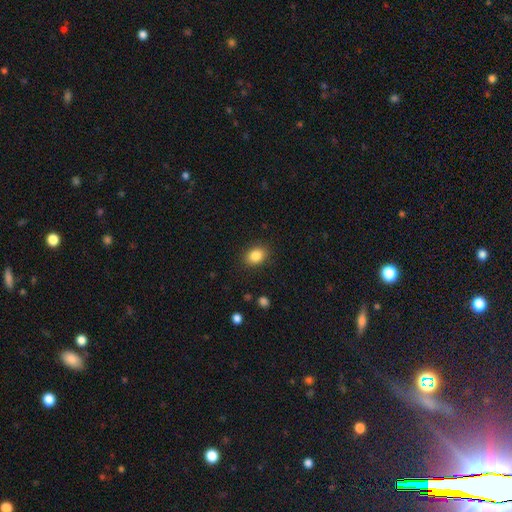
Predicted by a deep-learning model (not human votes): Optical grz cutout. It shows a smooth galaxy with no disk features (86%) that is in between round and cigar-shaped (63%). Merging: none (87%).